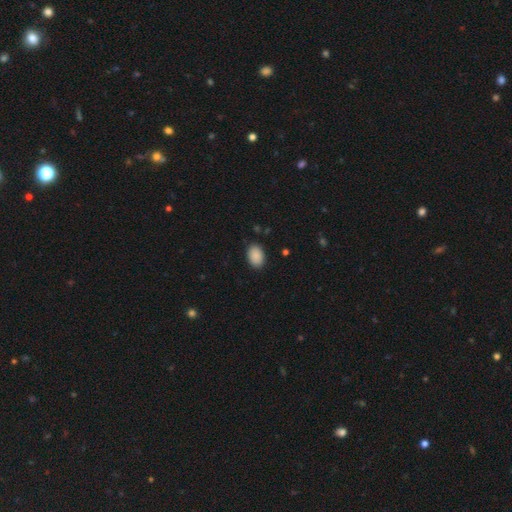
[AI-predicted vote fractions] smooth-or-featured: smooth: 90% | star or artifact: 7% | featured or disk: 3%
  how-rounded: in between: 85% | round: 14% | cigar-shaped: 1%
  merging: none: 88% | minor disturbance: 9% | major disturbance: 2% | merger: 1%